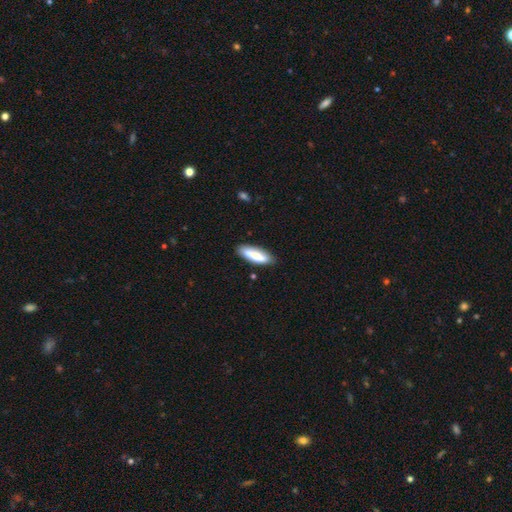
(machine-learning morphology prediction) The model was most divided on "how rounded": in between: 62%, cigar-shaped: 37%, round: 2%. More confident: merging — none (82%); smooth or featured — smooth (79%).